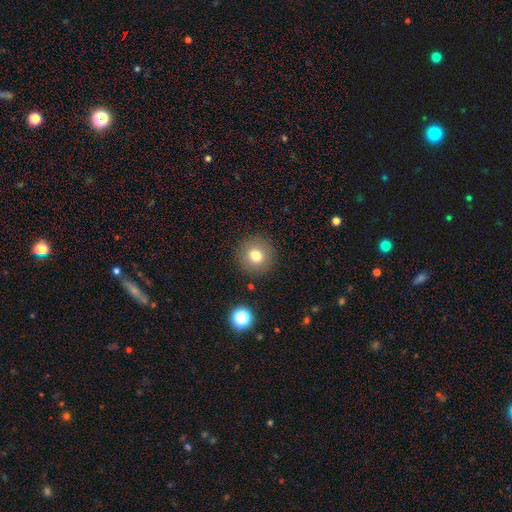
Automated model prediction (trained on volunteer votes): smooth 76%, star or artifact 12%, featured or disk 12%. Down the decision tree: how rounded — round (95%); merging — none (89%).